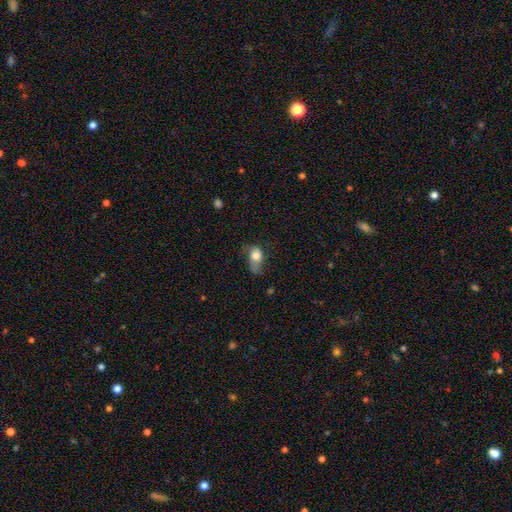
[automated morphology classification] Q: Smooth or featured?
A: smooth (74%); runner-up: featured or disk (18%)
Q: How rounded?
A: in between (78%); runner-up: round (19%)
Q: Merging?
A: minor disturbance (35%); runner-up: major disturbance (33%)